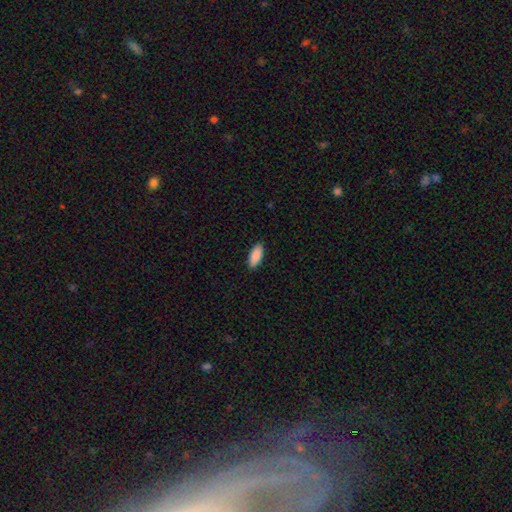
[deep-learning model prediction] This is clearly a smooth galaxy (90%). How rounded: clearly in between (85%). Merging: clearly none (89%).